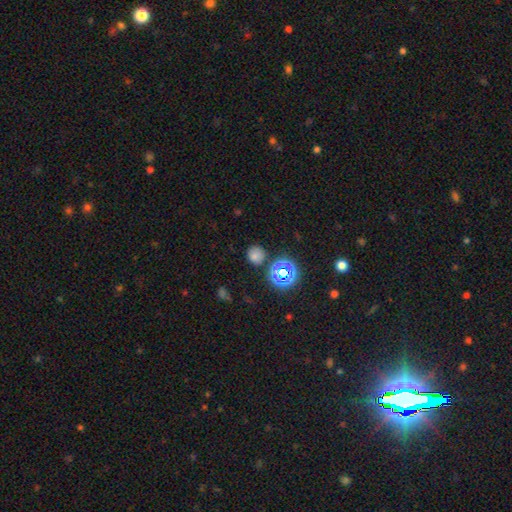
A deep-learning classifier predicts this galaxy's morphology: smooth 69%, star or artifact 25%, featured or disk 6%. Down the decision tree: how rounded — round (85%); merging — none (80%).